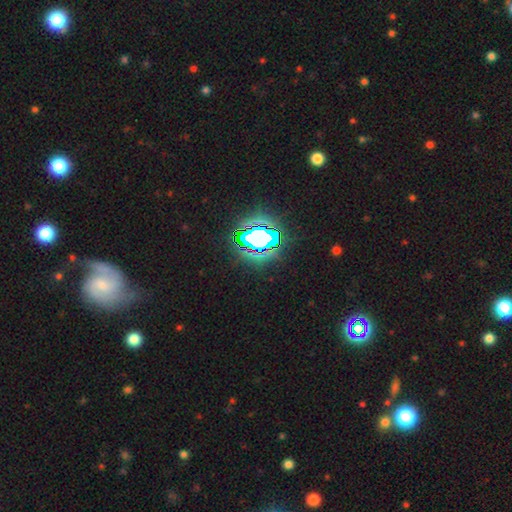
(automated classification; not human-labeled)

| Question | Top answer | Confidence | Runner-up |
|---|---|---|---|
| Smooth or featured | star or artifact | 68% | featured or disk (17%) |